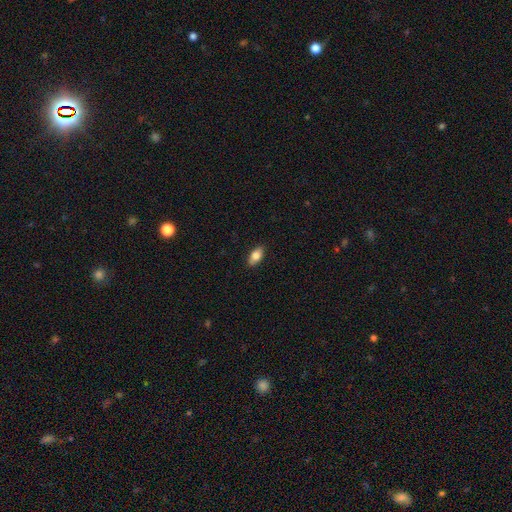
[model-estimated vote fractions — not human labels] Smooth or featured? smooth (80%)
How rounded? in between (90%)
Merging? none (89%)